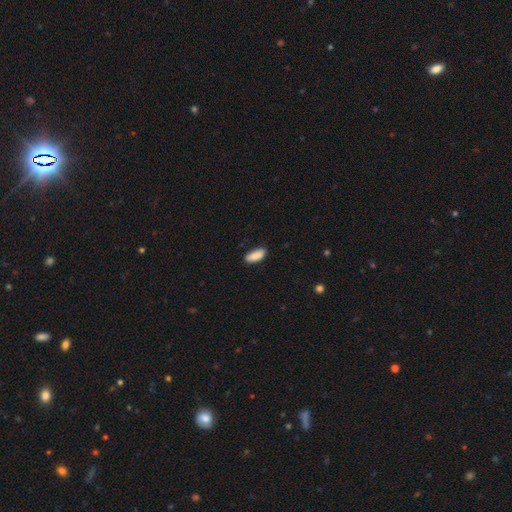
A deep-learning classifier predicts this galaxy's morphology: smooth-or-featured: smooth: 89% | star or artifact: 6% | featured or disk: 5%
  how-rounded: in between: 78% | cigar-shaped: 20% | round: 2%
  merging: none: 83% | minor disturbance: 14% | major disturbance: 2% | merger: 1%